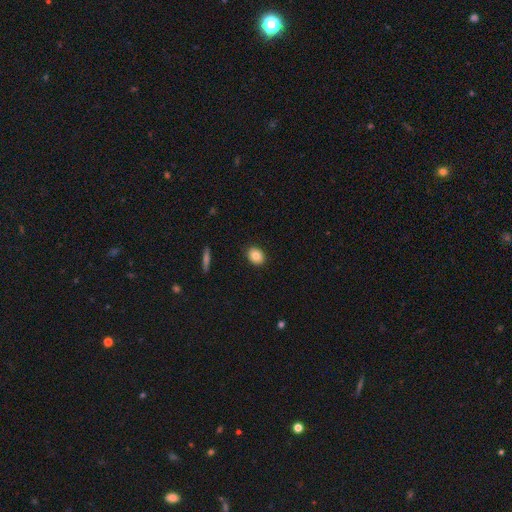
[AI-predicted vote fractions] A smooth galaxy with no disk features (83%) that is in between round and cigar-shaped (53%).

Vote fractions:
- Smooth or featured? smooth: 83% / star or artifact: 9% / featured or disk: 8%
- How rounded? in between: 53% / round: 45% / cigar-shaped: 1%
- Merging? none: 90% / minor disturbance: 7% / major disturbance: 2% / merger: 1%